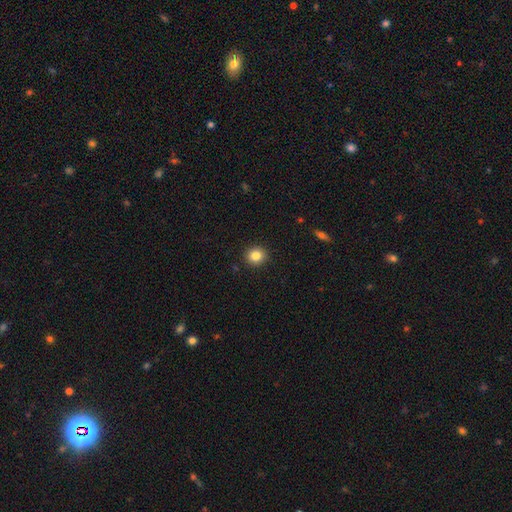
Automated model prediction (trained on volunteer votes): Smooth or featured? smooth (84%)
How rounded? round (88%)
Merging? none (92%)